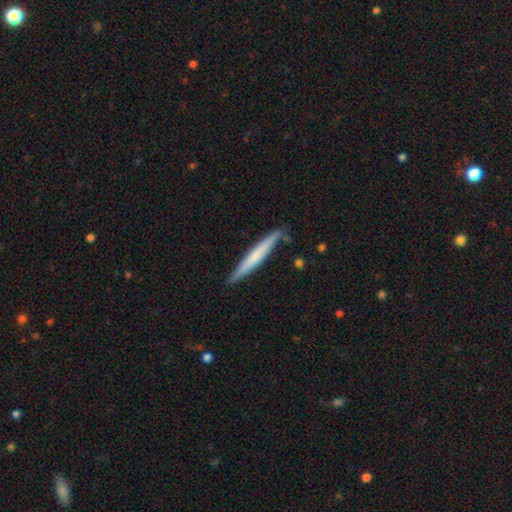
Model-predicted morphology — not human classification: Smooth or featured: smooth — 54% (featured or disk — 41%)
How rounded: cigar-shaped — 96% (in between — 3%)
Merging: none — 87% (minor disturbance — 10%)